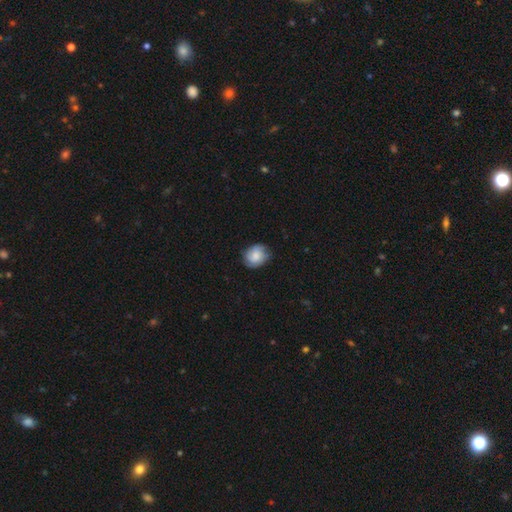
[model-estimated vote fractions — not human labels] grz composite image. It shows a smooth galaxy with no disk features (52%) that is round (64%). Merging: none (75%).